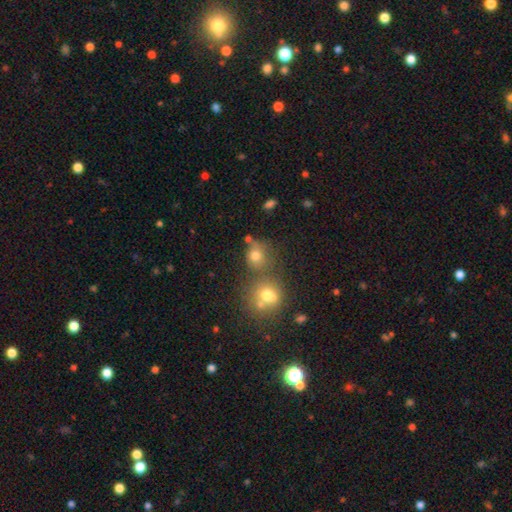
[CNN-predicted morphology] Smooth or featured? Predicted: smooth (p=0.73). How rounded? Predicted: round (p=0.75). Merging? Predicted: none (p=0.51).